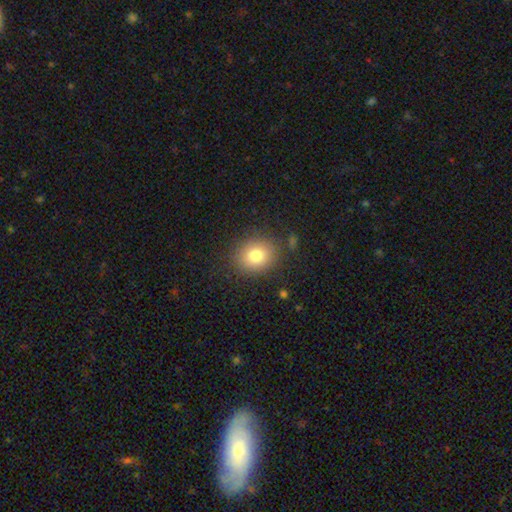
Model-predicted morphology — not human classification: This appears to be a smooth galaxy with no disk features (80%) that is round (67%). Merging: none (84%).